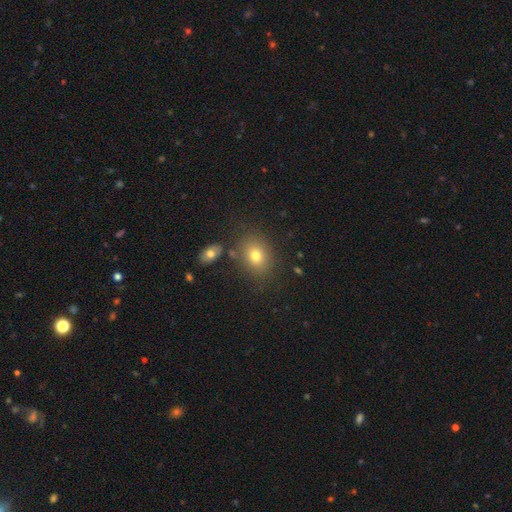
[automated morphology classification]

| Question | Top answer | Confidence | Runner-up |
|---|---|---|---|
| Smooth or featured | smooth | 75% | star or artifact (13%) |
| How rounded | in between | 54% | round (45%) |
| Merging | none | 78% | minor disturbance (11%) |